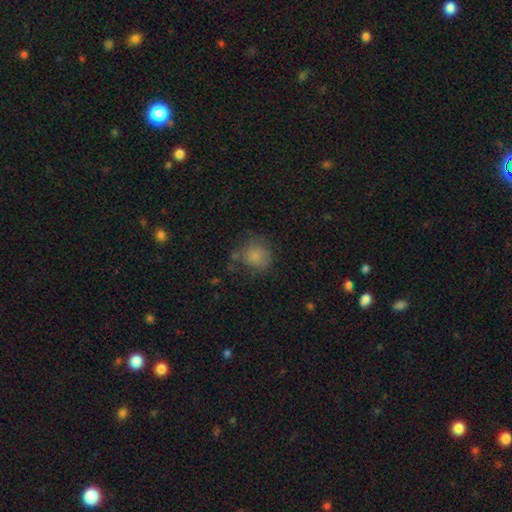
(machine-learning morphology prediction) type=smooth (77%); roundness=round (81%); merging=none (54%).